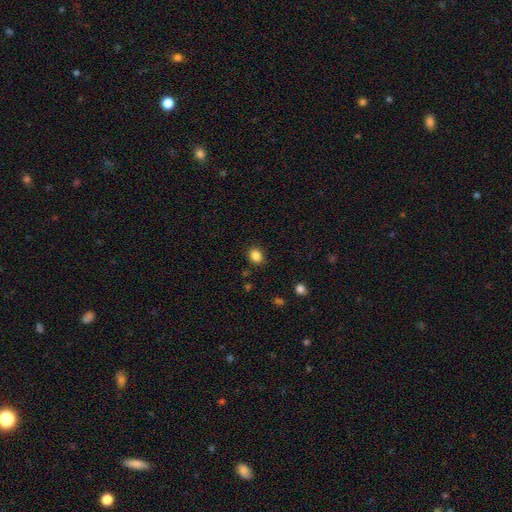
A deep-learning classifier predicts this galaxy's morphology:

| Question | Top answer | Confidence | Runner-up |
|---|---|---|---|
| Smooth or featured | smooth | 86% | star or artifact (11%) |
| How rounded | round | 60% | in between (39%) |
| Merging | none | 87% | minor disturbance (9%) |